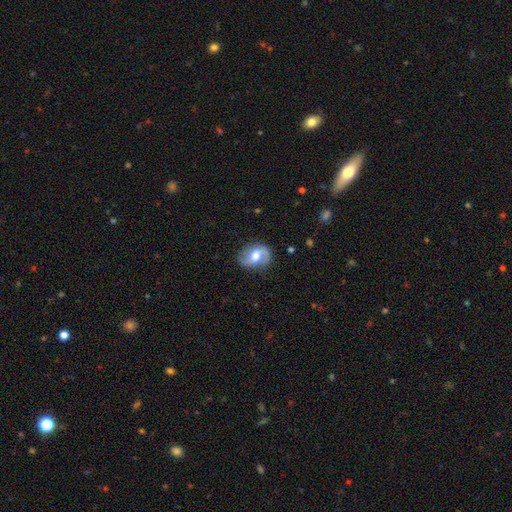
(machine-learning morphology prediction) Smooth or featured? featured or disk (64%)
Edge-on disk? no (96%)
Bar? weak (47%)
Spiral arms? yes (88%)
Spiral winding? loose (52%)
Spiral arm count? 2 (86%)
Bulge size? moderate (67%)
Merging? none (75%)